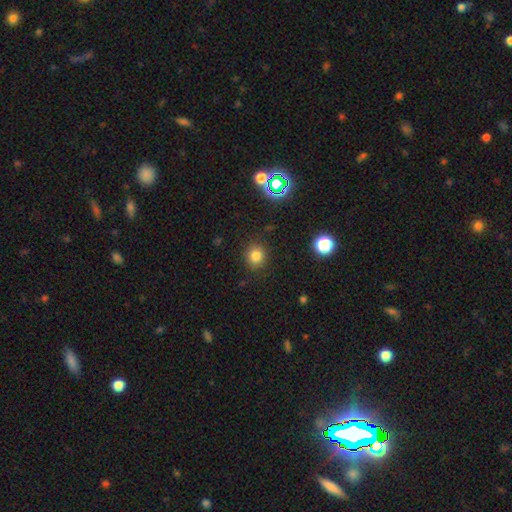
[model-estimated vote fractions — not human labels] smooth 79%, star or artifact 15%, featured or disk 6%. Down the decision tree: how rounded — round (86%); merging — none (88%).